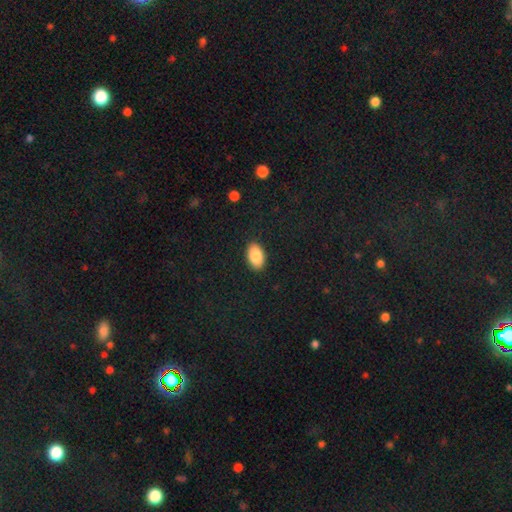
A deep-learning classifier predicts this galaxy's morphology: Smooth or featured?
  - smooth: 87% *
  - star or artifact: 7%
  - featured or disk: 6%
How rounded?
  - in between: 93% *
  - round: 6%
  - cigar-shaped: 1%
Merging?
  - none: 89% *
  - minor disturbance: 8%
  - major disturbance: 2%
  - merger: 1%